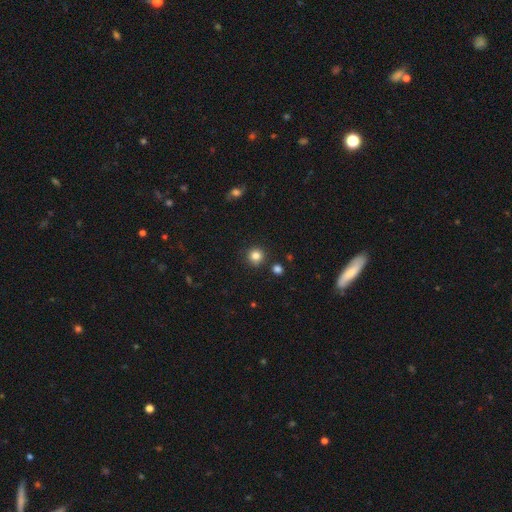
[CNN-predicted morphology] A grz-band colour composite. It shows a smooth galaxy with no disk features (83%) that is round (94%). Merging: none (89%).